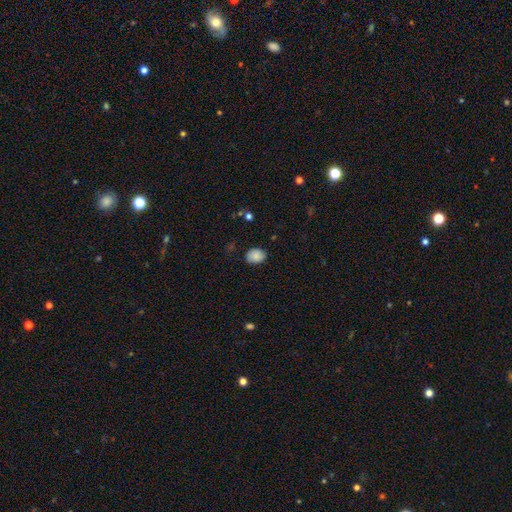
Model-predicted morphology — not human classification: Smooth or featured? smooth (86%)
How rounded? in between (61%)
Merging? none (82%)